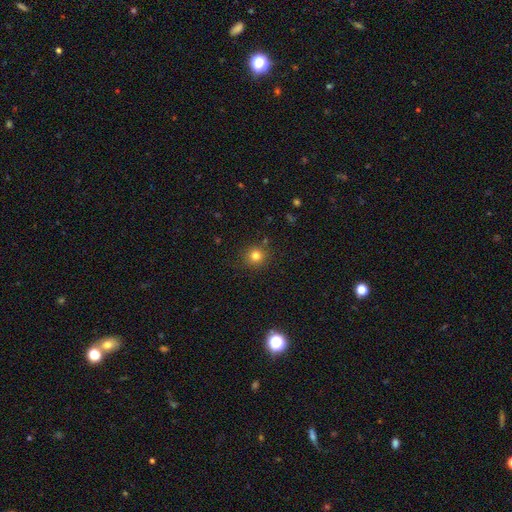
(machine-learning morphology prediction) The model was most divided on "smooth or featured": smooth: 79%, star or artifact: 14%, featured or disk: 6%. More confident: how rounded — round (94%); merging — none (88%).